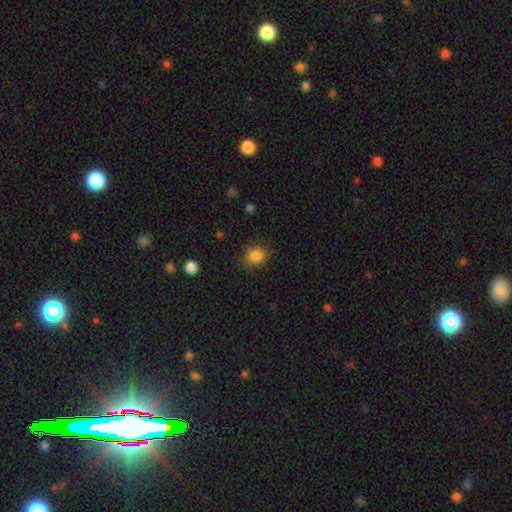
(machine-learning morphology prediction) Smooth or featured: smooth — 86% (star or artifact — 10%)
How rounded: round — 61% (in between — 38%)
Merging: none — 81% (minor disturbance — 14%)